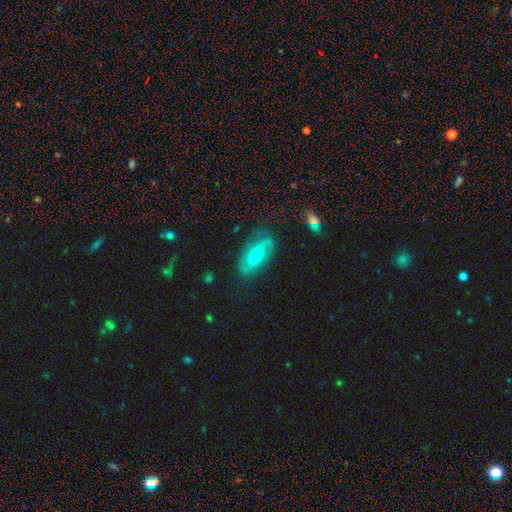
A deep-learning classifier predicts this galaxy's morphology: A featured or disk galaxy (63%) with no bar (45%), spiral arms (82%) and a small central bulge (48%).

Vote fractions:
- Smooth or featured? featured or disk: 63% / smooth: 29% / star or artifact: 8%
- Edge-on disk? no: 90% / yes: 10%
- Bar? no: 45% / weak: 38% / strong: 17%
- Spiral arms? yes: 82% / no: 18%
- Bulge size? small: 48% / moderate: 42% / large: 5% / none: 4% / dominant: 1%
- Merging? none: 71% / minor disturbance: 19% / major disturbance: 8% / merger: 2%